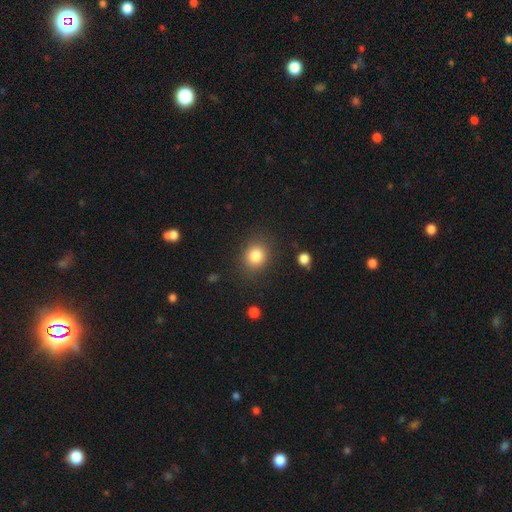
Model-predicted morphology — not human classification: Q: Smooth or featured?
A: smooth (84%); runner-up: star or artifact (10%)
Q: How rounded?
A: round (73%); runner-up: in between (26%)
Q: Merging?
A: none (85%); runner-up: minor disturbance (9%)